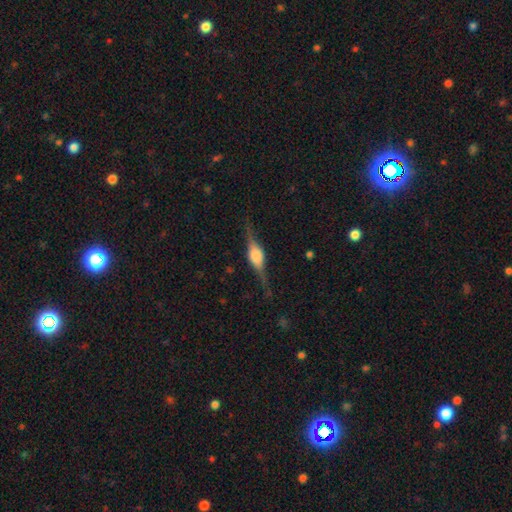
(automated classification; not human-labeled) Q: Smooth or featured?
A: featured or disk (76%); runner-up: smooth (17%)
Q: Edge-on disk?
A: yes (96%); runner-up: no (4%)
Q: Edge-on bulge?
A: rounded (83%); runner-up: boxy (15%)
Q: Merging?
A: none (80%); runner-up: minor disturbance (13%)